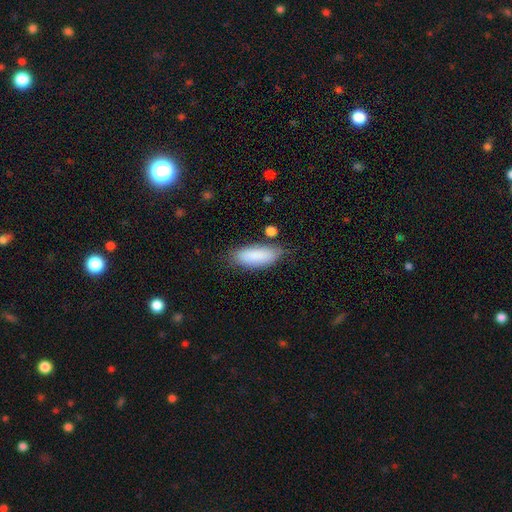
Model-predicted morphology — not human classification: smooth 88%, star or artifact 6%, featured or disk 6%. Down the decision tree: how rounded — in between (74%); merging — none (74%).